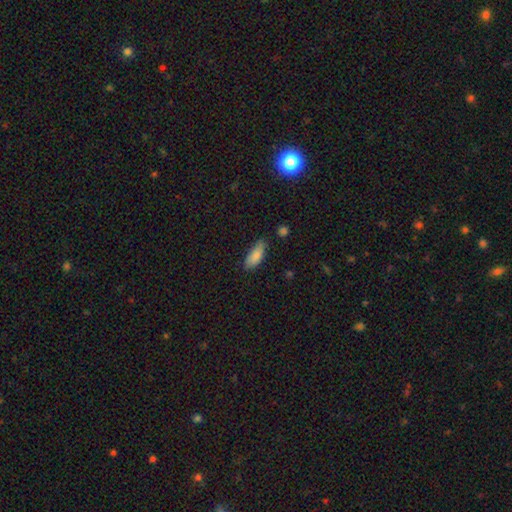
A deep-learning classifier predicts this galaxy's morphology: Smooth or featured: smooth — 83% (featured or disk — 10%)
How rounded: in between — 75% (cigar-shaped — 23%)
Merging: none — 69% (minor disturbance — 24%)